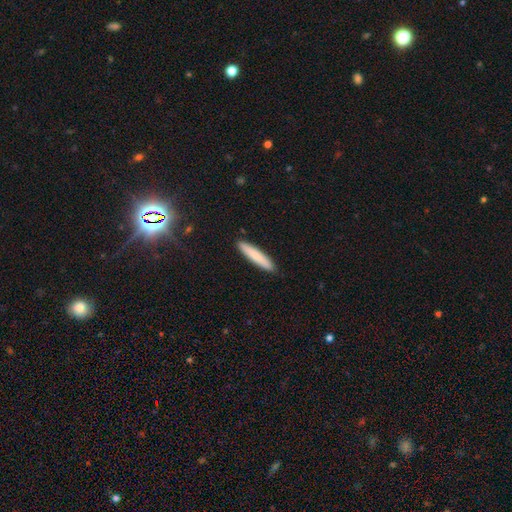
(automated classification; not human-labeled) The model was most divided on "smooth or featured": smooth: 80%, featured or disk: 14%, star or artifact: 6%. More confident: how rounded — cigar-shaped (91%); merging — none (91%).